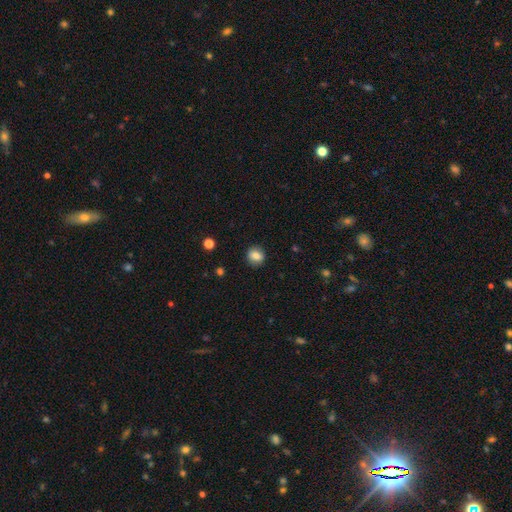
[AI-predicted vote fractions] Smooth or featured: smooth — 82% (star or artifact — 9%)
How rounded: round — 73% (in between — 26%)
Merging: none — 89% (minor disturbance — 8%)